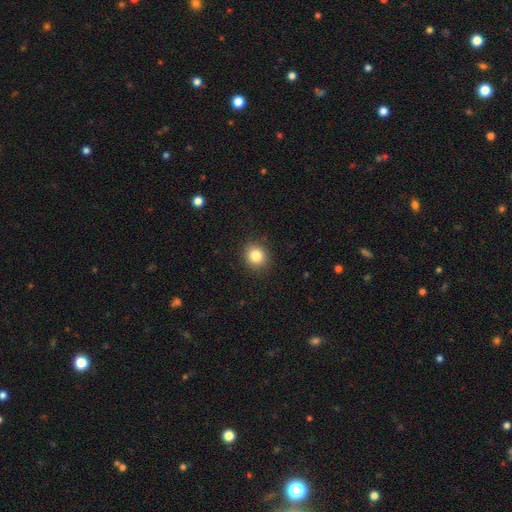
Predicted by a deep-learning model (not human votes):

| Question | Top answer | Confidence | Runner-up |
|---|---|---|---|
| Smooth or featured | smooth | 84% | star or artifact (11%) |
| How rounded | round | 83% | in between (16%) |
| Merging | none | 90% | minor disturbance (7%) |